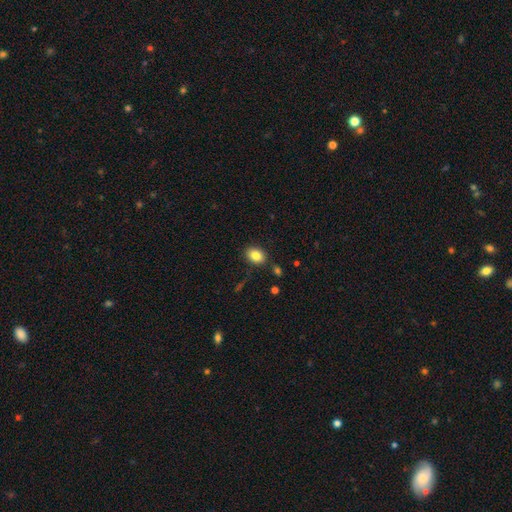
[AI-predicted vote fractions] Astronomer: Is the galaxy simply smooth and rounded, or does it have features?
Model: smooth — 84%.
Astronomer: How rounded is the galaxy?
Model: in between — 72%.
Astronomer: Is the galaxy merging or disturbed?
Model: none — 84%.